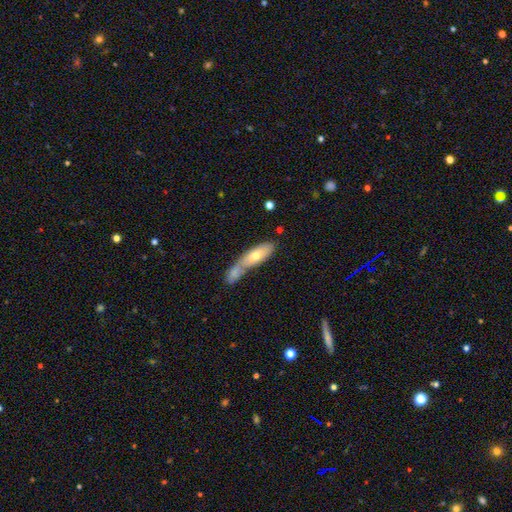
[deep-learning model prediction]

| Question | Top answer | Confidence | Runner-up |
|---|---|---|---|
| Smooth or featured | smooth | 66% | featured or disk (28%) |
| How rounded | in between | 58% | cigar-shaped (40%) |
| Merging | merger | 55% | none (29%) |